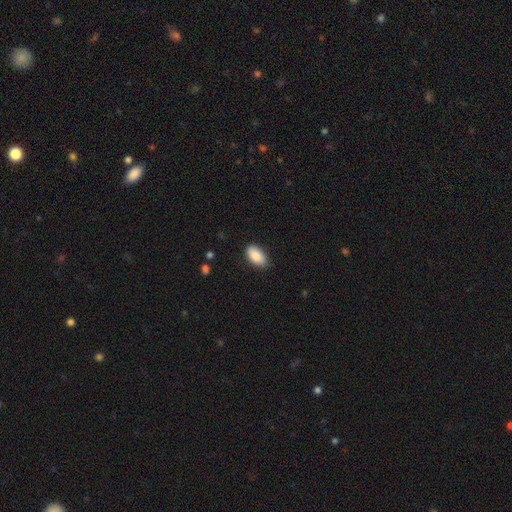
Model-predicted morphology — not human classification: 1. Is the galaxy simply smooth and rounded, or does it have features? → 87% smooth, 7% star or artifact, 6% featured or disk.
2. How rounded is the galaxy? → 94% in between, 4% round, 2% cigar-shaped.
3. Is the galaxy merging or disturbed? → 84% none, 12% minor disturbance, 2% major disturbance, 1% merger.